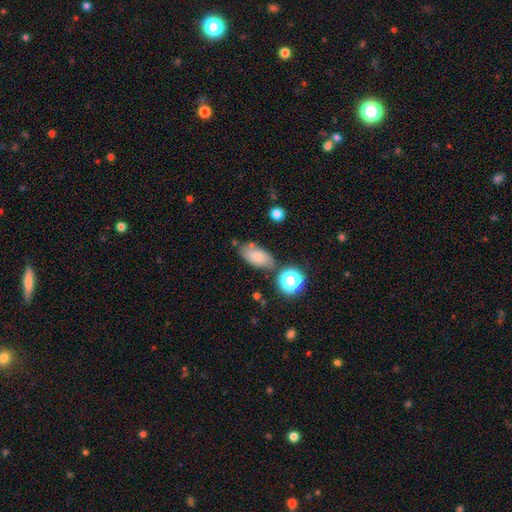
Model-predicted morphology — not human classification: Smooth or featured?
  - smooth: 76% *
  - featured or disk: 12%
  - star or artifact: 11%
How rounded?
  - in between: 88% *
  - round: 7%
  - cigar-shaped: 5%
Merging?
  - none: 68% *
  - minor disturbance: 17%
  - merger: 10%
  - major disturbance: 5%